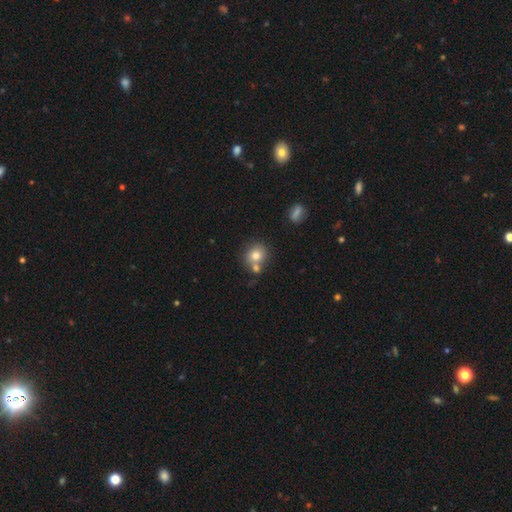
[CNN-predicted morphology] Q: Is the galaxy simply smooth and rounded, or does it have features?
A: smooth — 76%.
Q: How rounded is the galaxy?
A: round — 84%.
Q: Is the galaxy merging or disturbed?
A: none — 55%.